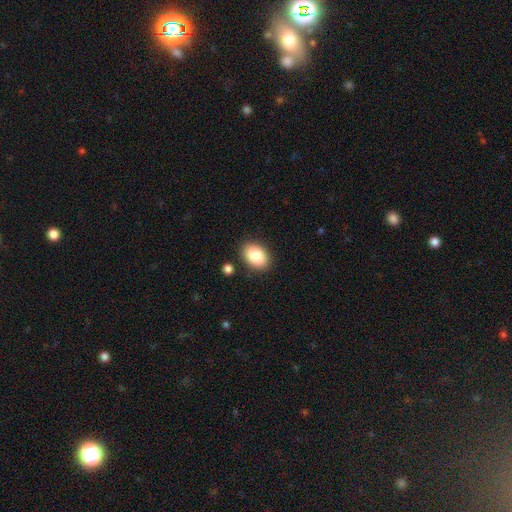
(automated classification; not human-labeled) smooth 86%, star or artifact 7%, featured or disk 7%. Down the decision tree: how rounded — in between (82%); merging — none (87%).